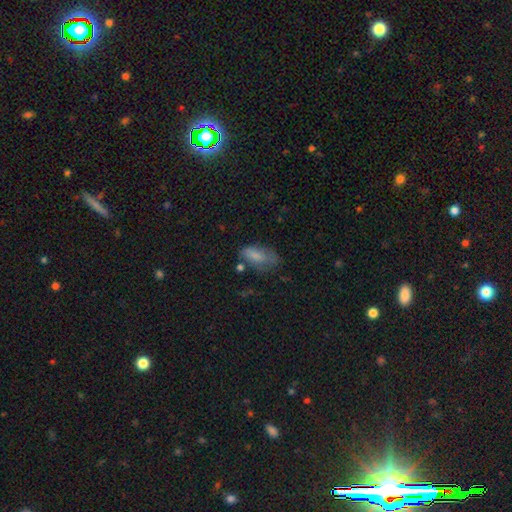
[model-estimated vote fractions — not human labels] The model was most divided on "merging": none: 43%, minor disturbance: 33%, major disturbance: 18%, merger: 6%. More confident: how rounded — in between (88%); smooth or featured — smooth (75%).